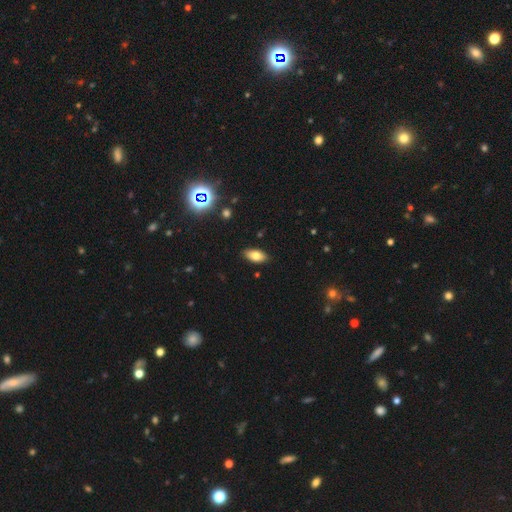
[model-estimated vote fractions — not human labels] The model was most divided on "smooth or featured": smooth: 78%, featured or disk: 13%, star or artifact: 9%. More confident: how rounded — in between (91%); merging — none (88%).